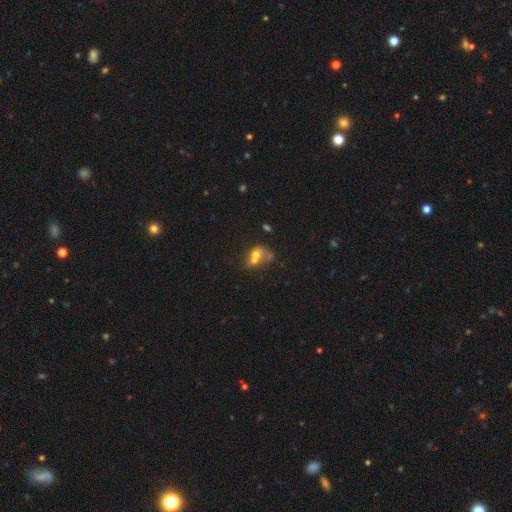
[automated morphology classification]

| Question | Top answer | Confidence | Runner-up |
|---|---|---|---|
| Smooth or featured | smooth | 57% | featured or disk (30%) |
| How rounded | round | 53% | in between (45%) |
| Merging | merger | 67% | none (19%) |